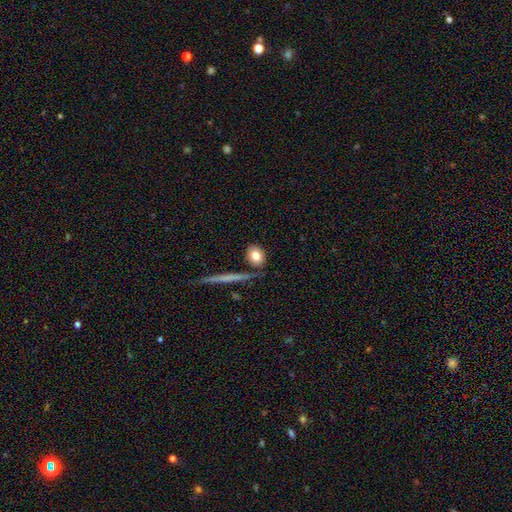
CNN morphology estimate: Smooth or featured? smooth (79%)
How rounded? in between (49%)
Merging? none (80%)